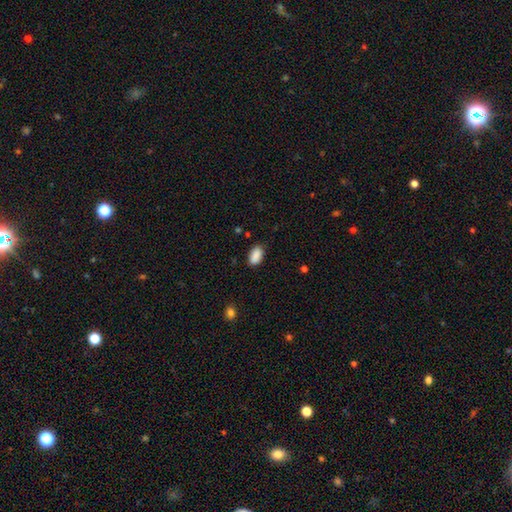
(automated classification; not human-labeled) smooth-or-featured: smooth: 89% | star or artifact: 8% | featured or disk: 3%
  how-rounded: in between: 93% | round: 4% | cigar-shaped: 3%
  merging: none: 82% | minor disturbance: 13% | major disturbance: 3% | merger: 1%